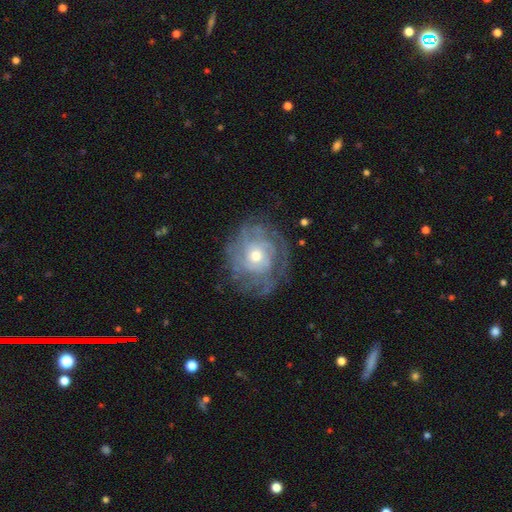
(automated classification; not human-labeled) smooth-or-featured: featured or disk: 79% | smooth: 14% | star or artifact: 7%
  disk-edge-on: no: 97% | yes: 3%
    bar: no: 81% | weak: 16% | strong: 3%
    has-spiral-arms: yes: 86% | no: 14%
      spiral-winding: tight: 65% | medium: 26% | loose: 9%
      spiral-arm-count: can't tell: 51% | 3: 12% | 4: 12% | 2: 11% | more than 4: 9% | 1: 6%
    bulge-size: moderate: 54% | small: 40% | large: 4% | none: 1% | dominant: 1%
  merging: none: 70% | minor disturbance: 18% | major disturbance: 11% | merger: 1%